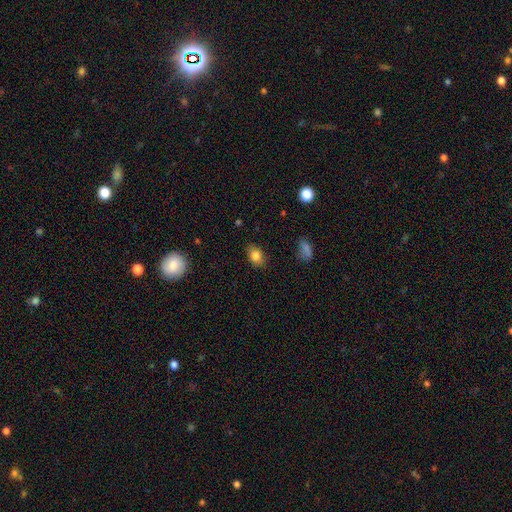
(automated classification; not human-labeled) Smooth or featured: smooth — 82% (star or artifact — 10%)
How rounded: in between — 75% (round — 24%)
Merging: none — 84% (minor disturbance — 12%)